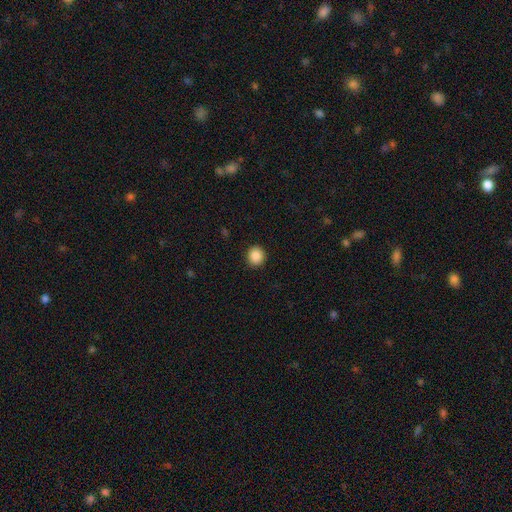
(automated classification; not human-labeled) This is clearly a smooth galaxy (88%). How rounded: clearly round (88%). Merging: clearly none (91%).